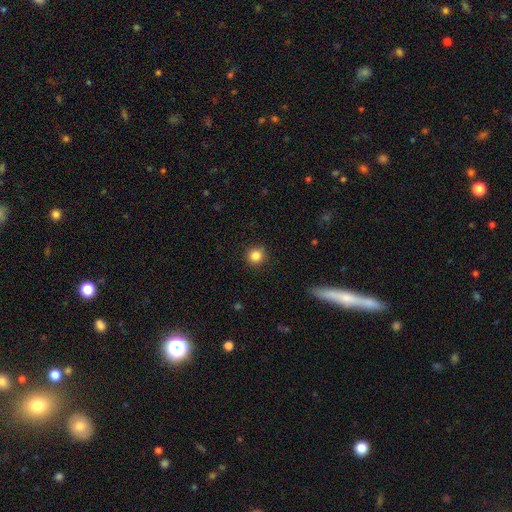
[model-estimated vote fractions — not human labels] Morphology: type=smooth (85%); roundness=round (93%); merging=none (92%).